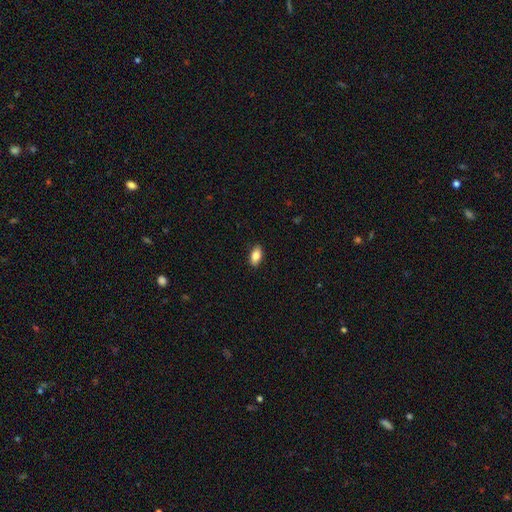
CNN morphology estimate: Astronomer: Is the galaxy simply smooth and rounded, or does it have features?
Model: smooth — 86%.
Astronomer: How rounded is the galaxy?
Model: in between — 91%.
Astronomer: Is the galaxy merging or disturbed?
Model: none — 89%.